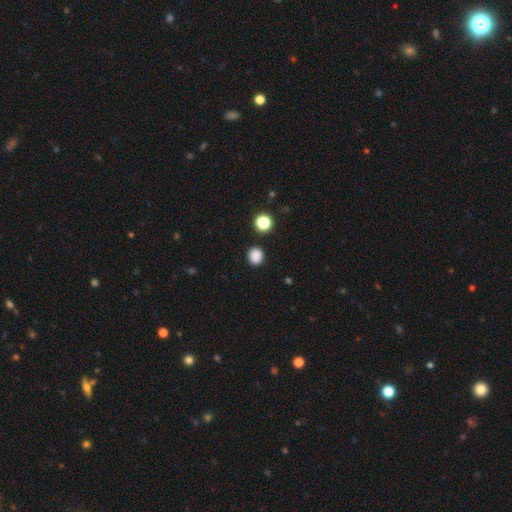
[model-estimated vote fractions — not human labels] This is clearly a smooth galaxy (85%). How rounded: clearly round (85%). Merging: clearly none (89%).